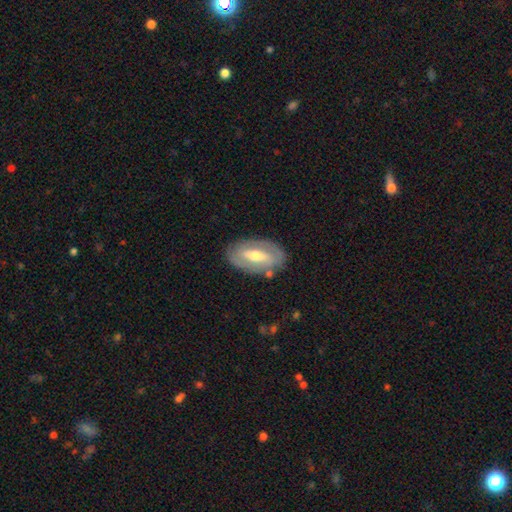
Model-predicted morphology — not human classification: smooth_or_featured: featured or disk (p=0.64) [alt: smooth p=0.30]
disk_edge_on: no (p=0.86) [alt: yes p=0.14]
bar: strong (p=0.51) [alt: weak p=0.32]
has_spiral_arms: no (p=0.57) [alt: yes p=0.43]
bulge_size: moderate (p=0.66) [alt: small p=0.25]
merging: none (p=0.82) [alt: minor disturbance p=0.12]